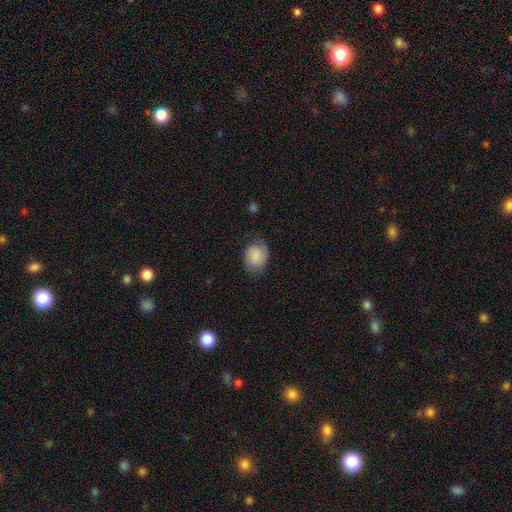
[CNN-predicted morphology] smooth-or-featured: smooth: 73% | featured or disk: 19% | star or artifact: 8%
  how-rounded: in between: 55% | round: 44% | cigar-shaped: 1%
  merging: none: 69% | minor disturbance: 23% | major disturbance: 7% | merger: 1%